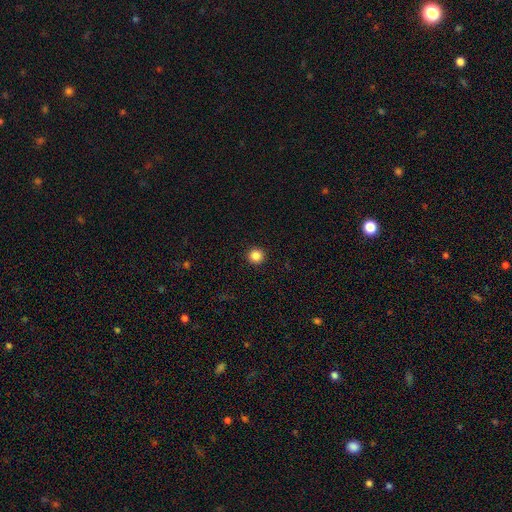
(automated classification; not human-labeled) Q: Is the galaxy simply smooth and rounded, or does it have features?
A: smooth — 86%.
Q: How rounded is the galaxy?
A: round — 96%.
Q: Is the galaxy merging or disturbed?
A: none — 93%.